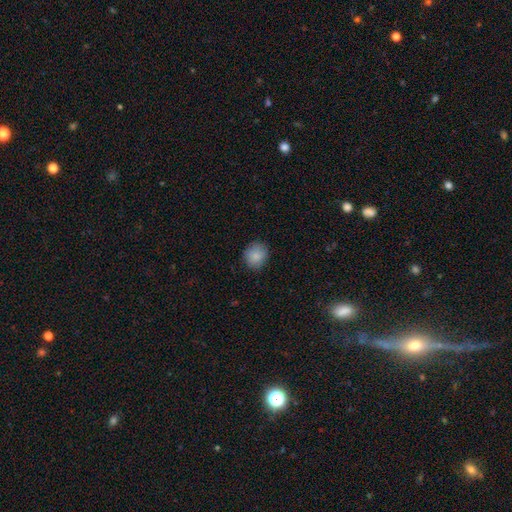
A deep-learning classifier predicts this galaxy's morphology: A smooth galaxy with no disk features (87%) that is round (82%).

Vote fractions:
- Smooth or featured? smooth: 87% / star or artifact: 8% / featured or disk: 4%
- How rounded? round: 82% / in between: 17% / cigar-shaped: 1%
- Merging? none: 86% / minor disturbance: 11% / major disturbance: 3% / merger: 1%